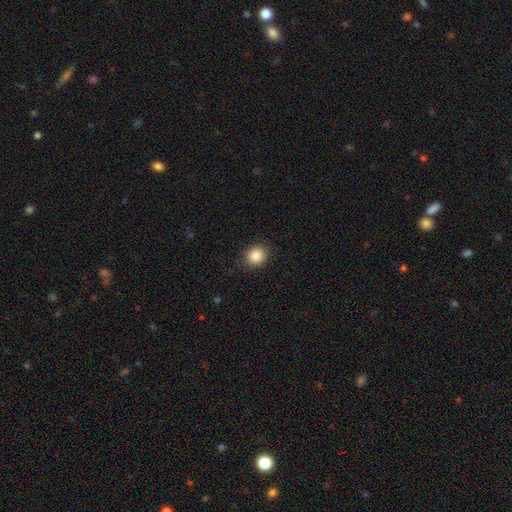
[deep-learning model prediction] A smooth galaxy with no disk features (86%) that is round (70%).

Vote fractions:
- Smooth or featured? smooth: 86% / star or artifact: 9% / featured or disk: 5%
- How rounded? round: 70% / in between: 29% / cigar-shaped: 1%
- Merging? none: 85% / minor disturbance: 11% / major disturbance: 3% / merger: 1%